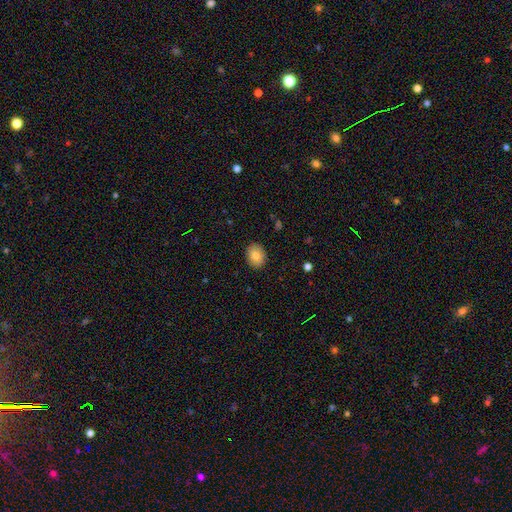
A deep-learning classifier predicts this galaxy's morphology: Smooth or featured? Predicted: smooth (p=0.83). How rounded? Predicted: in between (p=0.61). Merging? Predicted: none (p=0.89).